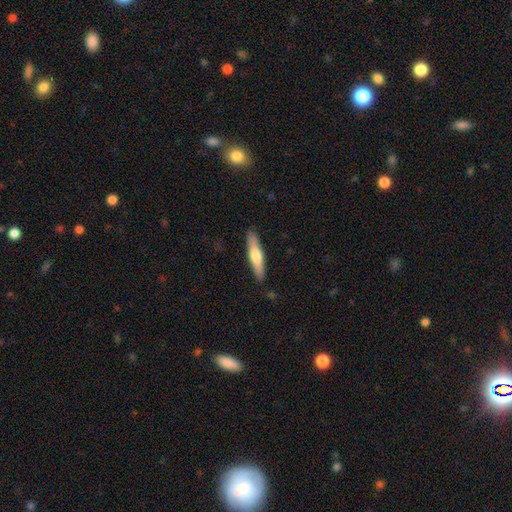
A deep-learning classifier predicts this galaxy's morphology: Smooth or featured? Predicted: smooth (p=0.58). How rounded? Predicted: cigar-shaped (p=0.84). Merging? Predicted: none (p=0.88).